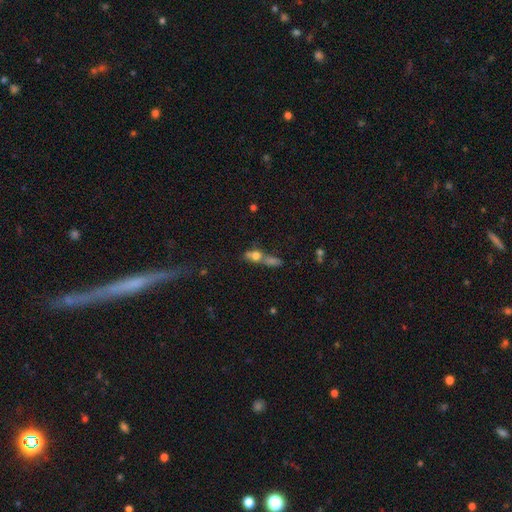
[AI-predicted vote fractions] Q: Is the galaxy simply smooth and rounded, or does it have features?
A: smooth — 59%.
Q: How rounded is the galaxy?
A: in between — 45%.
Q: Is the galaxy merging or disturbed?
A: merger — 55%.